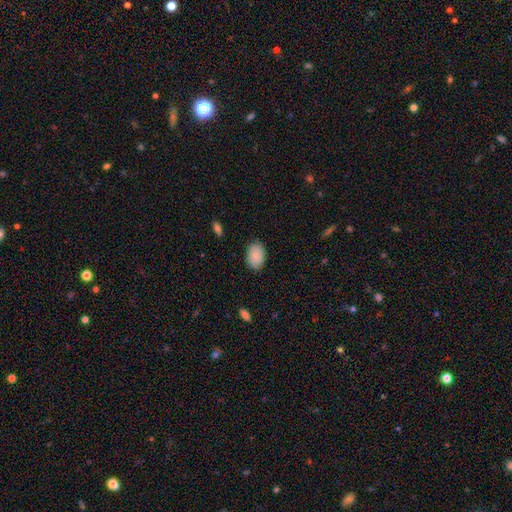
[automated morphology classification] Smooth or featured?
  - smooth: 84% *
  - featured or disk: 9%
  - star or artifact: 7%
How rounded?
  - in between: 86% *
  - round: 13%
  - cigar-shaped: 1%
Merging?
  - none: 83% *
  - minor disturbance: 13%
  - major disturbance: 3%
  - merger: 1%